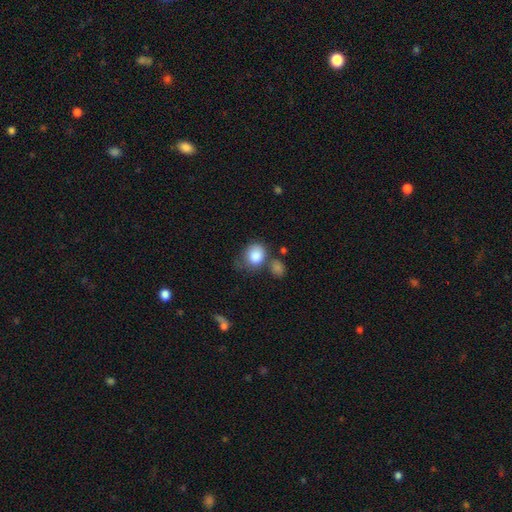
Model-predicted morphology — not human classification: type=smooth (85%); roundness=round (58%); merging=none (44%).